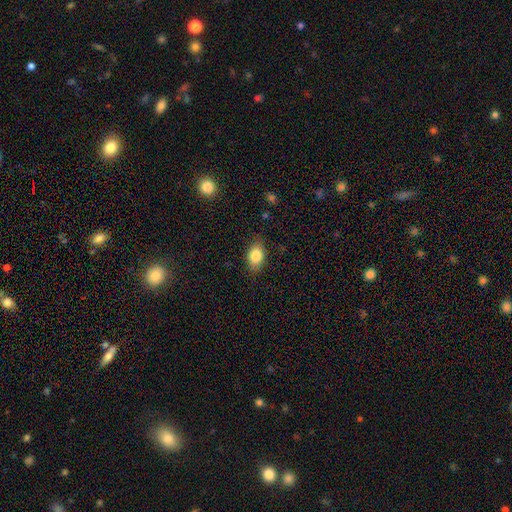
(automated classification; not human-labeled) The model was most divided on "merging": none: 82%, minor disturbance: 14%, major disturbance: 3%, merger: 1%. More confident: how rounded — in between (85%); smooth or featured — smooth (84%).